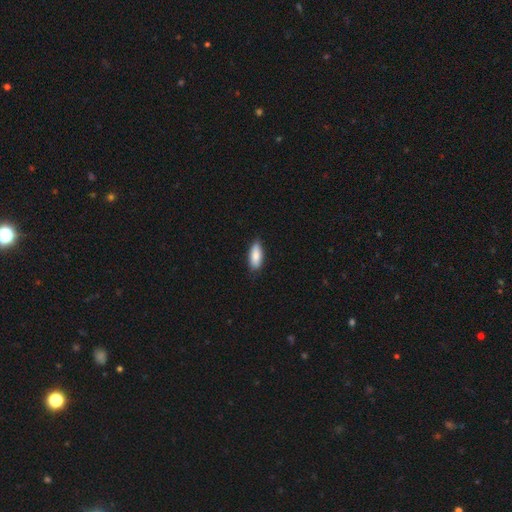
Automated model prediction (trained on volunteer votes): This is clearly a smooth galaxy (85%). How rounded: likely in between (79%). Merging: clearly none (81%).